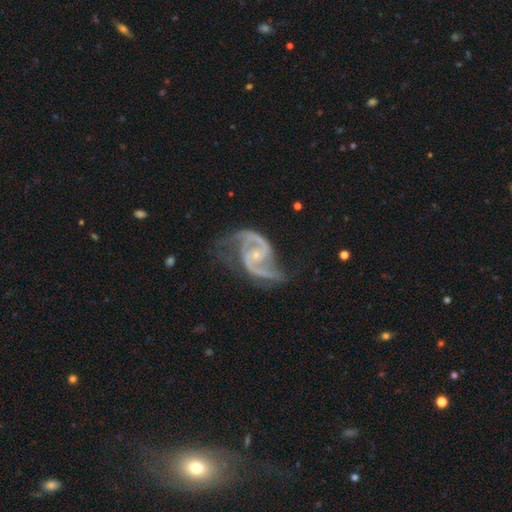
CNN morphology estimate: This appears to be a featured or disk galaxy (92%) with no bar (53%), 2 (91%) medium (58%) spiral arms (98%) and a small central bulge (72%). Merging: none (60%).